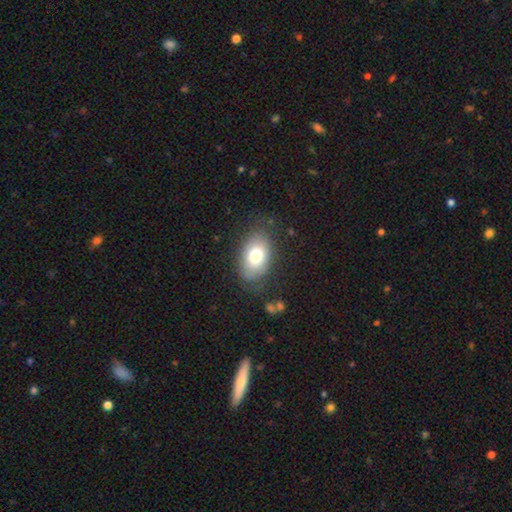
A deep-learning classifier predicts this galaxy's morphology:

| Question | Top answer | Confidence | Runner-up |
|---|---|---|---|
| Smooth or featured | smooth | 74% | featured or disk (19%) |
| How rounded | in between | 90% | round (9%) |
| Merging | none | 75% | minor disturbance (17%) |